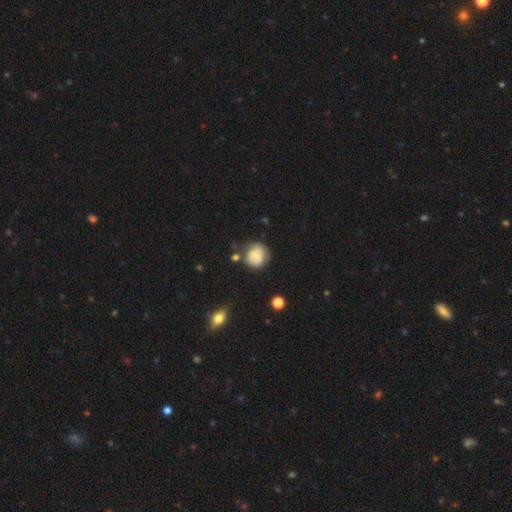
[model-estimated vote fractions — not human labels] Overall: smooth (65%; featured or disk 26%). How rounded: round (82%). Merging: none (62%; minor disturbance 23%).